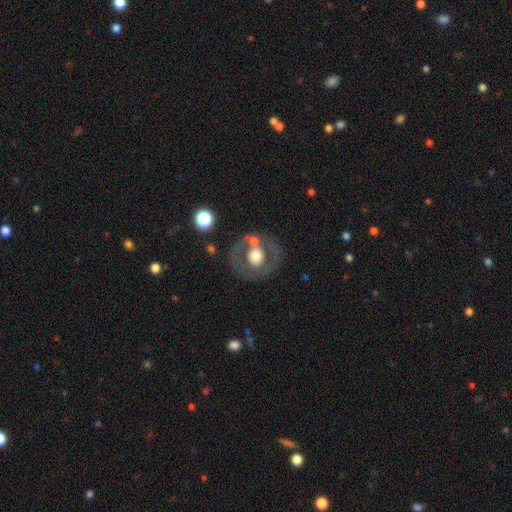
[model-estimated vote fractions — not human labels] A featured or disk galaxy (48%). Merging: none (69%).